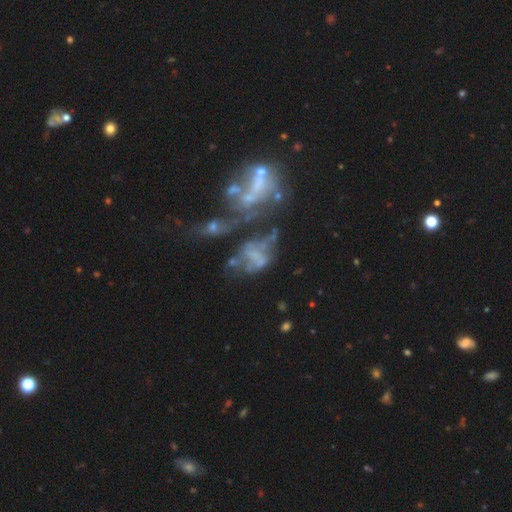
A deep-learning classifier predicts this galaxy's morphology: featured or disk 58%, smooth 24%, star or artifact 19%. Down the decision tree: edge-on disk — no (96%); bar — no (81%); spiral arms — no (81%); bulge size — none (76%); merging — merger (45%).